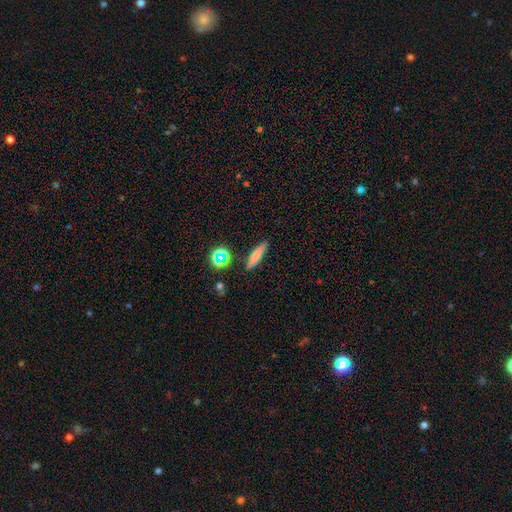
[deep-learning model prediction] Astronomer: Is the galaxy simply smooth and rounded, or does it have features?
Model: smooth — 72%.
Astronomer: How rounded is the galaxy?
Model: cigar-shaped — 79%.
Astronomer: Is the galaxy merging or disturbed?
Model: none — 86%.